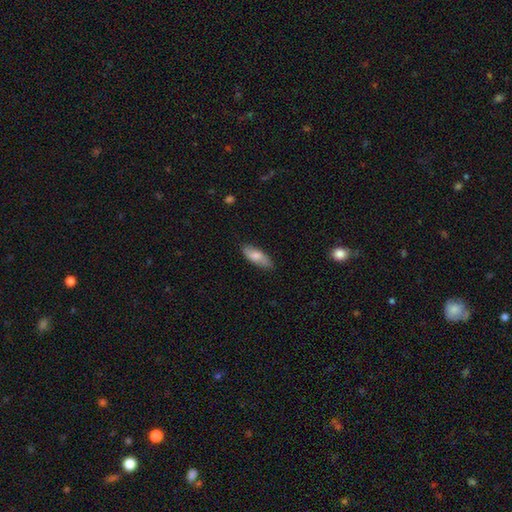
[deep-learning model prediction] Smooth or featured? Predicted: smooth (p=0.76). How rounded? Predicted: in between (p=0.74). Merging? Predicted: none (p=0.82).